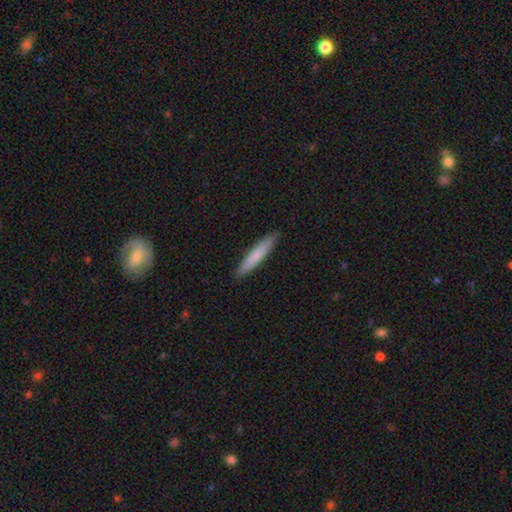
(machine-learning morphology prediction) A smooth galaxy with no disk features (76%) that is cigar-shaped (93%).

Vote fractions:
- Smooth or featured? smooth: 76% / featured or disk: 18% / star or artifact: 5%
- How rounded? cigar-shaped: 93% / in between: 6% / round: 1%
- Merging? none: 91% / minor disturbance: 7% / major disturbance: 1% / merger: 1%